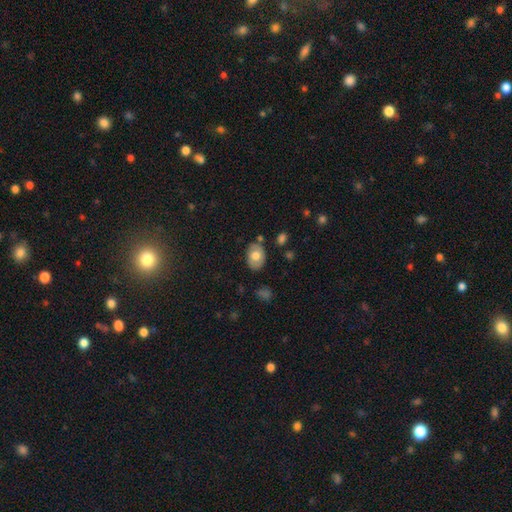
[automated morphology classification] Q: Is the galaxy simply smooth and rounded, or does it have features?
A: smooth — 67%.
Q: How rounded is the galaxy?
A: in between — 76%.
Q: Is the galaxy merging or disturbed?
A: none — 79%.